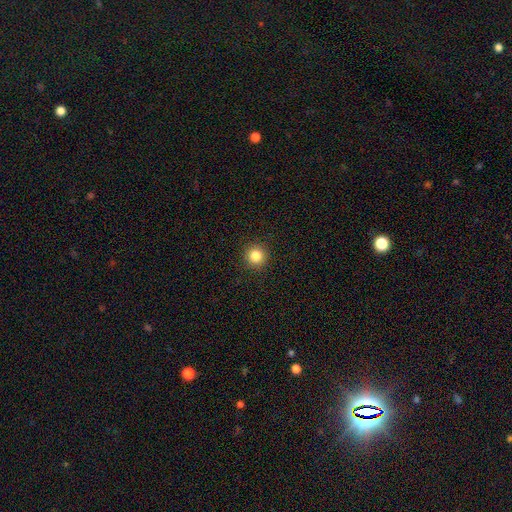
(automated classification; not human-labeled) This appears to be a smooth galaxy with no disk features (84%) that is round (94%). Merging: none (92%).